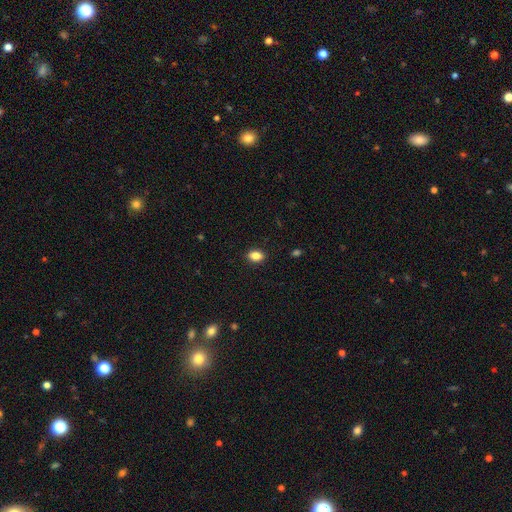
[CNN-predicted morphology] Smooth or featured? smooth (85%)
How rounded? in between (75%)
Merging? none (89%)